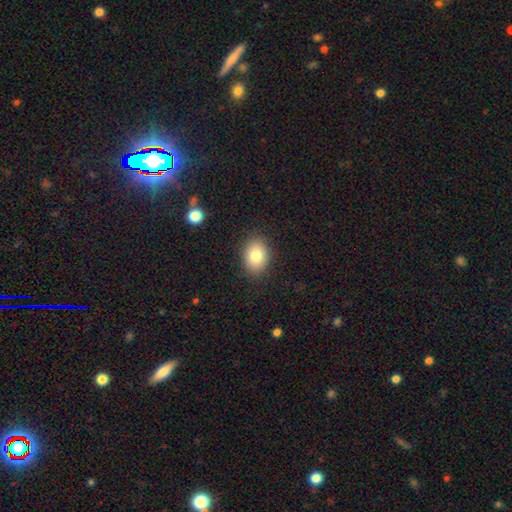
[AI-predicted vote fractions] Smooth or featured?
  - smooth: 81% *
  - featured or disk: 10%
  - star or artifact: 9%
How rounded?
  - in between: 69% *
  - round: 30%
  - cigar-shaped: 1%
Merging?
  - none: 88% *
  - minor disturbance: 9%
  - major disturbance: 3%
  - merger: 1%